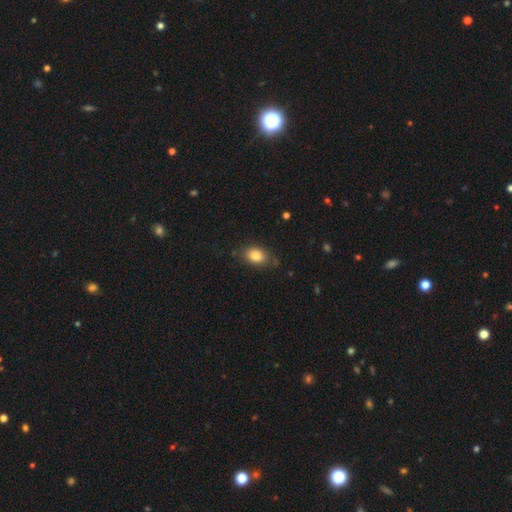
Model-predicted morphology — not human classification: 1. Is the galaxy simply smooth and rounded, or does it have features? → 83% smooth, 9% star or artifact, 8% featured or disk.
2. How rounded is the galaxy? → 78% in between, 20% round, 1% cigar-shaped.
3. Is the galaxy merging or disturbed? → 78% none, 16% minor disturbance, 4% major disturbance, 2% merger.